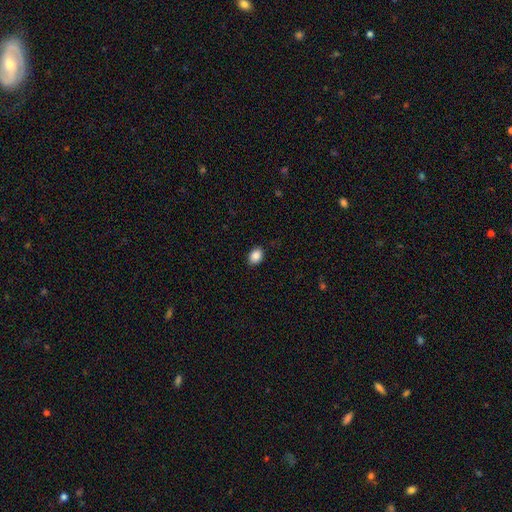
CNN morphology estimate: This appears to be a smooth galaxy with no disk features (88%) that is in between round and cigar-shaped (71%). Merging: none (88%).